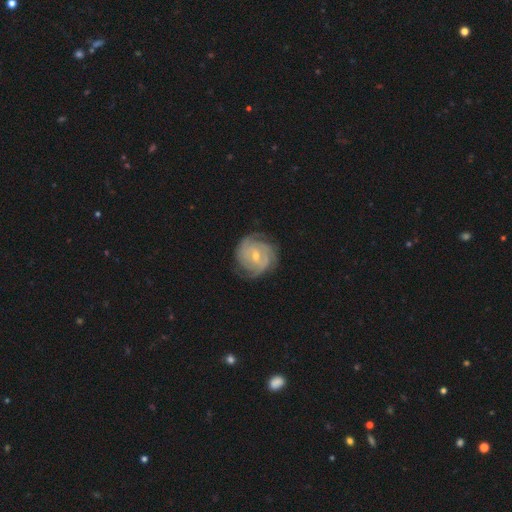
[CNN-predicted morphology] The model was most divided on "bar" (2-way tie): no: 44%, weak: 44%, strong: 12%. Remaining: edge-on disk — no (98%); spiral arms — yes (97%); smooth or featured — featured or disk (86%); merging — none (77%); spiral winding — tight (72%); bulge size — moderate (53%); spiral arm count — 2 (30%).